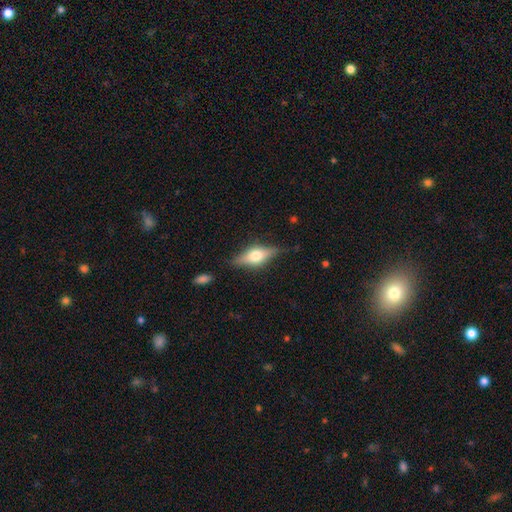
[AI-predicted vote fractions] Smooth or featured?
  - featured or disk: 51% *
  - smooth: 42%
  - star or artifact: 7%
Edge-on disk?
  - yes: 91% *
  - no: 9%
Merging?
  - none: 79% *
  - minor disturbance: 15%
  - major disturbance: 4%
  - merger: 2%